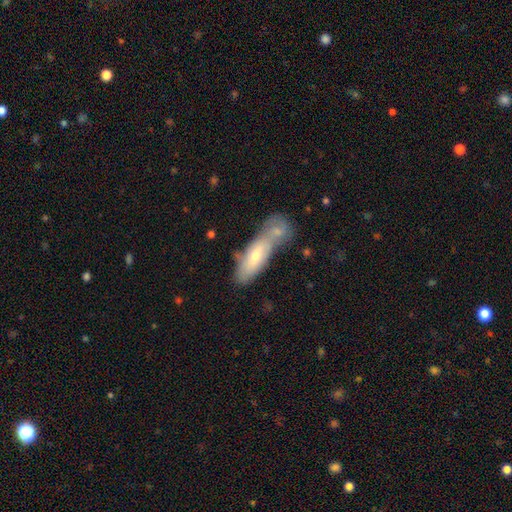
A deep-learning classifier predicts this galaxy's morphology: This is likely a smooth galaxy (62%). How rounded: possibly in between (55%). Merging: possibly merger (46%).